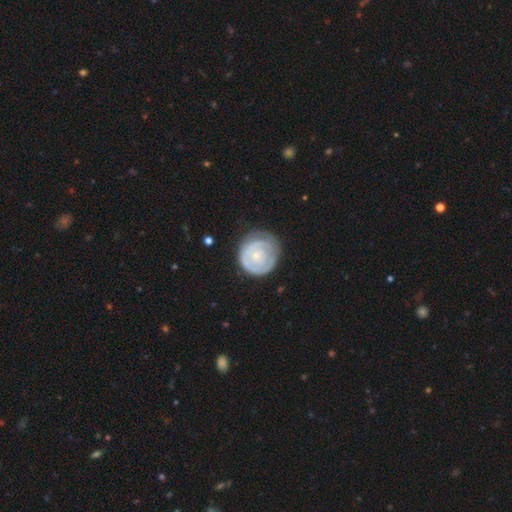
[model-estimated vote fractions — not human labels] Smooth or featured: featured or disk — 66% (smooth — 30%)
Edge-on disk: no — 98% (yes — 2%)
Bar: no — 84% (weak — 14%)
Spiral arms: yes — 72% (no — 28%)
Bulge size: small — 74% (moderate — 21%)
Merging: none — 67% (minor disturbance — 22%)